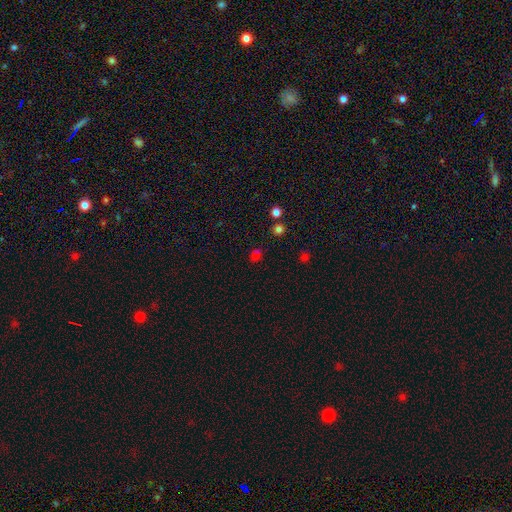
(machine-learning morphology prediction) A smooth galaxy with no disk features (51%) that is round (63%). Merging: none (69%).